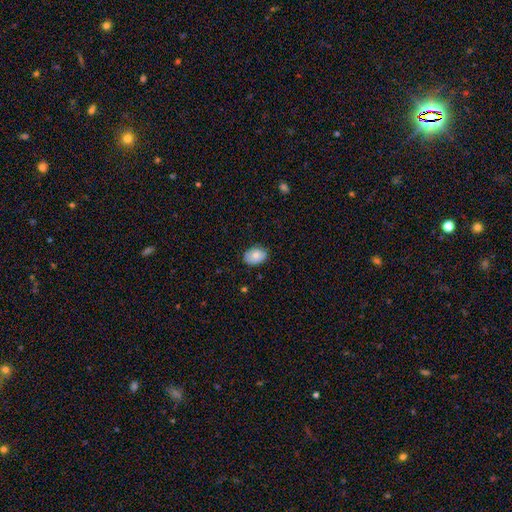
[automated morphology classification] This is likely a smooth galaxy (74%). How rounded: likely in between (72%). Merging: likely none (79%).